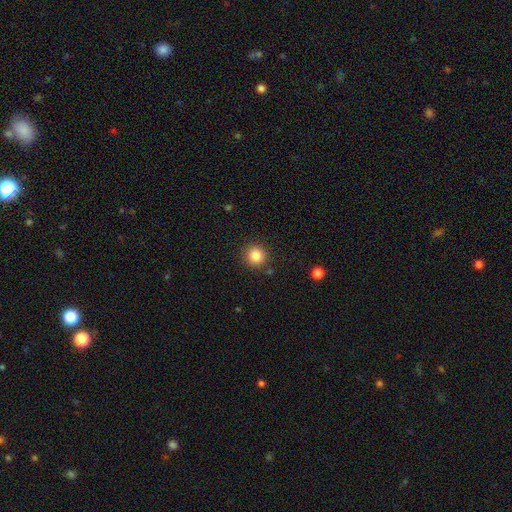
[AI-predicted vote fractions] Q: Smooth or featured?
A: smooth (85%); runner-up: star or artifact (10%)
Q: How rounded?
A: round (91%); runner-up: in between (8%)
Q: Merging?
A: none (88%); runner-up: minor disturbance (8%)